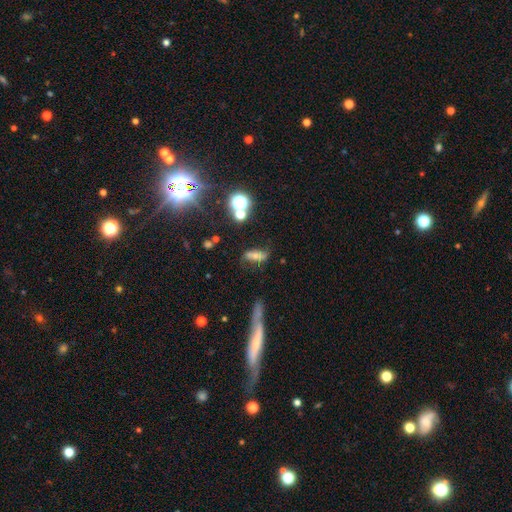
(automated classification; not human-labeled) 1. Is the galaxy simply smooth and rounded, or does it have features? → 47% smooth, 35% featured or disk, 18% star or artifact.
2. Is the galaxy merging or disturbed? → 64% none, 20% minor disturbance, 10% major disturbance, 6% merger.